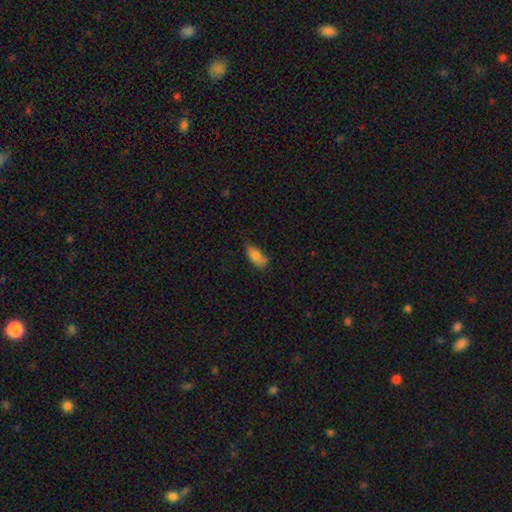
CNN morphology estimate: Smooth or featured: smooth — 80% (featured or disk — 12%)
How rounded: in between — 84% (cigar-shaped — 13%)
Merging: none — 62% (minor disturbance — 29%)